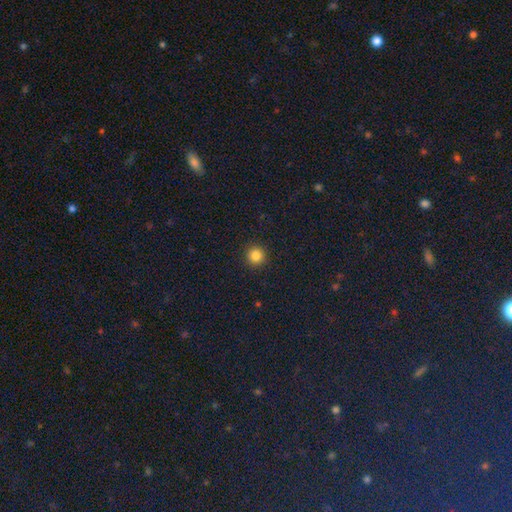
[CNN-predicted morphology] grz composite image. It shows a smooth galaxy with no disk features (84%) that is round (95%). Merging: none (93%).